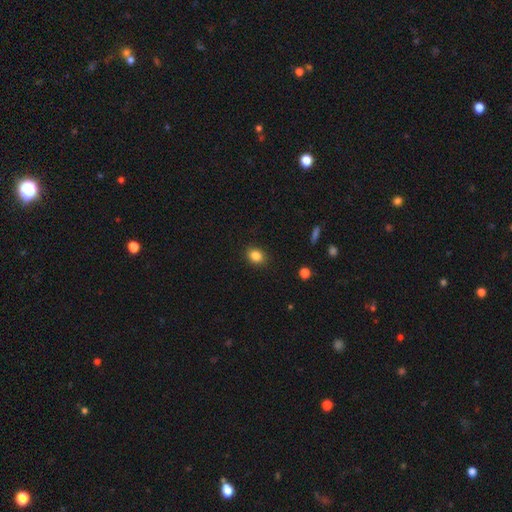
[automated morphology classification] smooth-or-featured: smooth: 85% | star or artifact: 10% | featured or disk: 5%
  how-rounded: in between: 50% | round: 49% | cigar-shaped: 1%
  merging: none: 89% | minor disturbance: 8% | major disturbance: 2% | merger: 1%